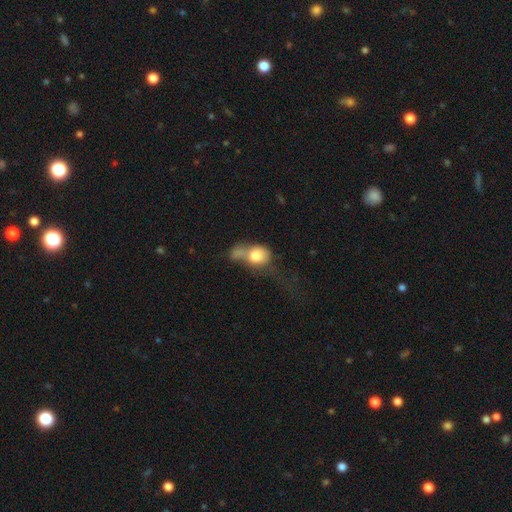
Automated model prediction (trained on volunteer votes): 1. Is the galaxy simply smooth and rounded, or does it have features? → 73% smooth, 18% featured or disk, 9% star or artifact.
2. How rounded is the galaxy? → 50% in between, 48% round, 3% cigar-shaped.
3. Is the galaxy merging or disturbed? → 39% merger, 30% major disturbance, 16% none, 15% minor disturbance.